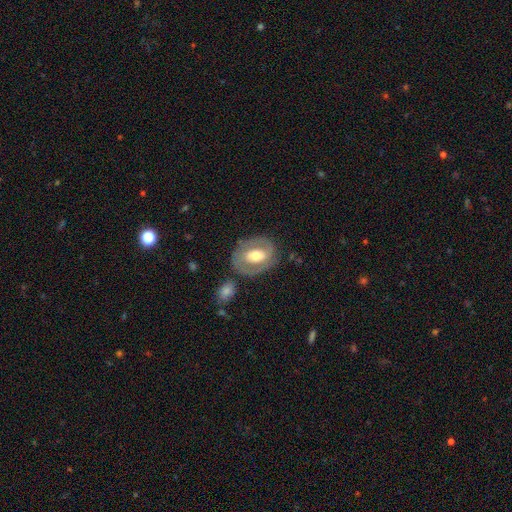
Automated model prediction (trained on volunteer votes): A featured or disk galaxy (62%) with no bar (41%), spiral arms (52%) and a moderate central bulge (69%). Merging: none (73%).